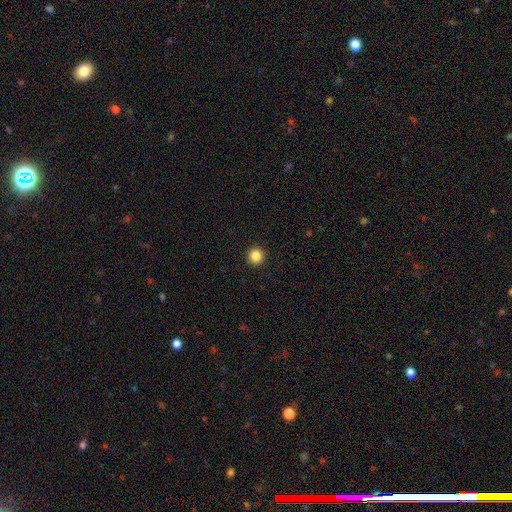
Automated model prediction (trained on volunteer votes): Smooth or featured? Predicted: smooth (p=0.85). How rounded? Predicted: round (p=0.95). Merging? Predicted: none (p=0.93).